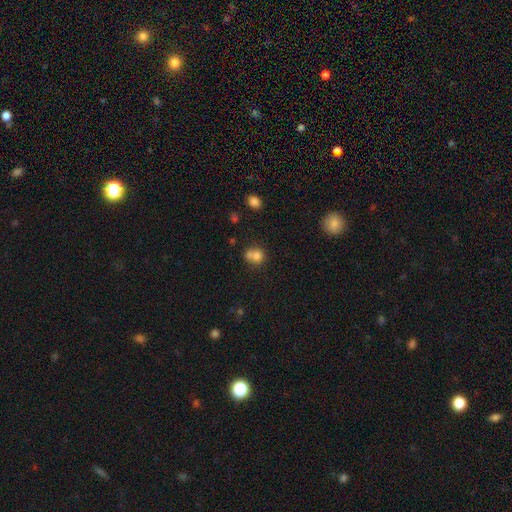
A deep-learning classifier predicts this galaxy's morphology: Smooth or featured? Predicted: smooth (p=0.75). How rounded? Predicted: round (p=0.74). Merging? Predicted: merger (p=0.52).